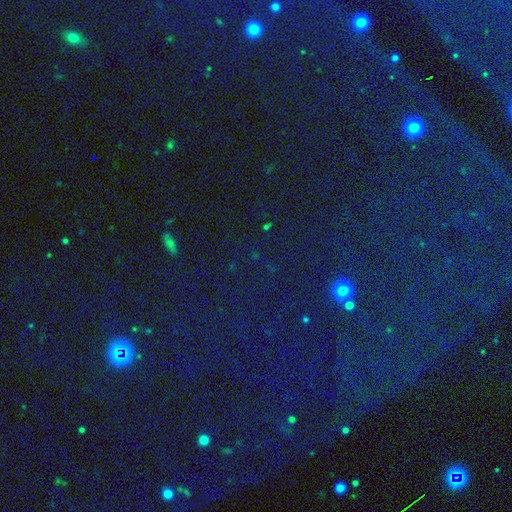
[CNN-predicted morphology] A star or artifact, not a galaxy (80%).